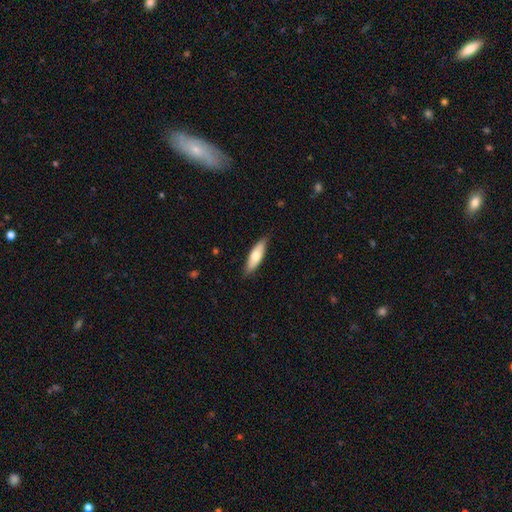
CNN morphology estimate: Smooth or featured? smooth (67%)
How rounded? in between (52%)
Merging? none (84%)